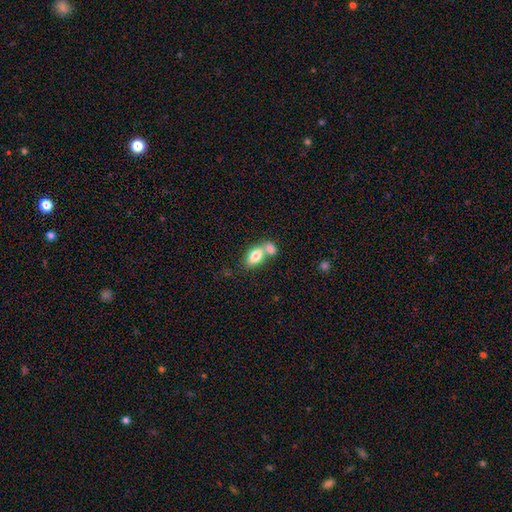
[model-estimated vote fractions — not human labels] Smooth or featured?
  - smooth: 79% *
  - featured or disk: 13%
  - star or artifact: 7%
How rounded?
  - in between: 89% *
  - round: 9%
  - cigar-shaped: 3%
Merging?
  - merger: 59% *
  - none: 30%
  - minor disturbance: 8%
  - major disturbance: 3%